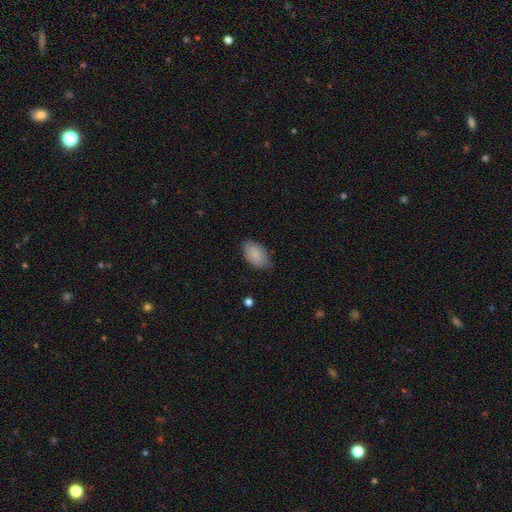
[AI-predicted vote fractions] Smooth or featured? Predicted: smooth (p=0.85). How rounded? Predicted: in between (p=0.93). Merging? Predicted: none (p=0.71).